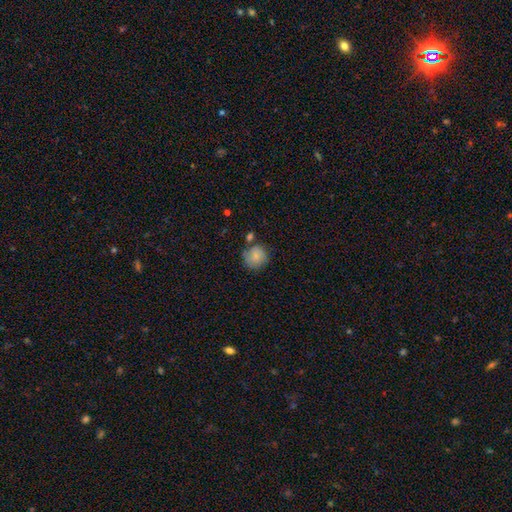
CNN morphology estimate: Smooth or featured? Predicted: smooth (p=0.80). How rounded? Predicted: round (p=0.89). Merging? Predicted: none (p=0.66).